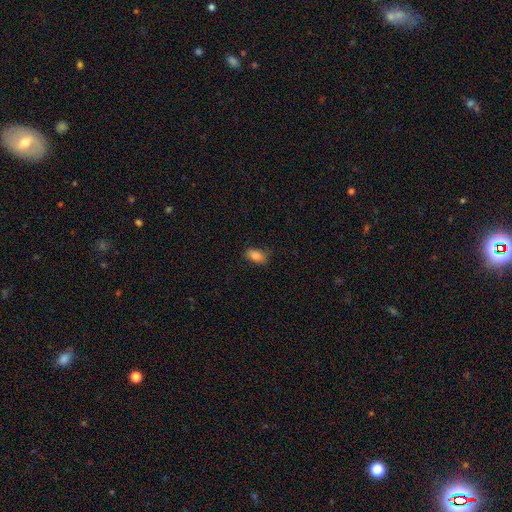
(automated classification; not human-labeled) This is clearly a smooth galaxy (85%). How rounded: clearly in between (90%). Merging: likely none (79%).